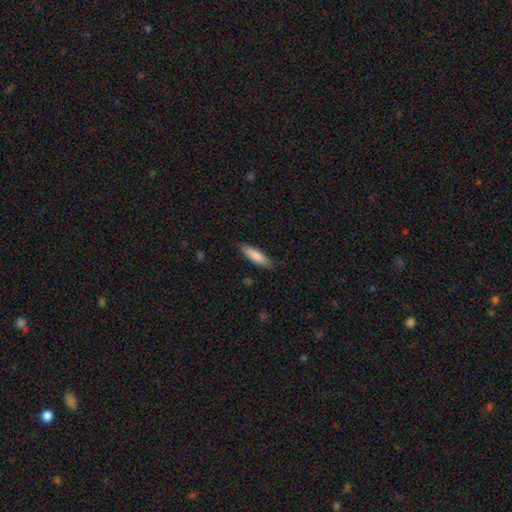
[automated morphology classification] A smooth galaxy with no disk features (84%) that is cigar-shaped (62%). Merging: none (85%).